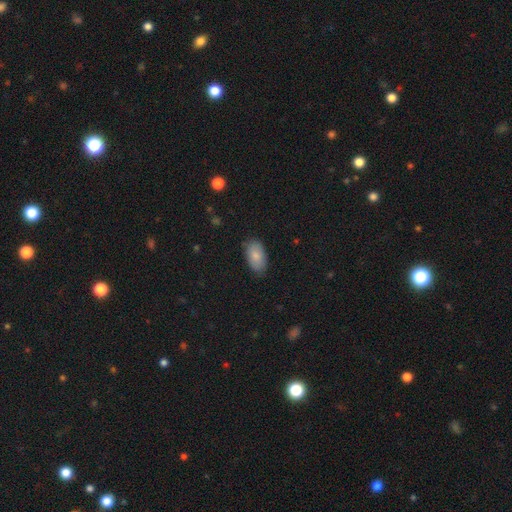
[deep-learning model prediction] Smooth or featured? Predicted: smooth (p=0.82). How rounded? Predicted: in between (p=0.94). Merging? Predicted: none (p=0.81).